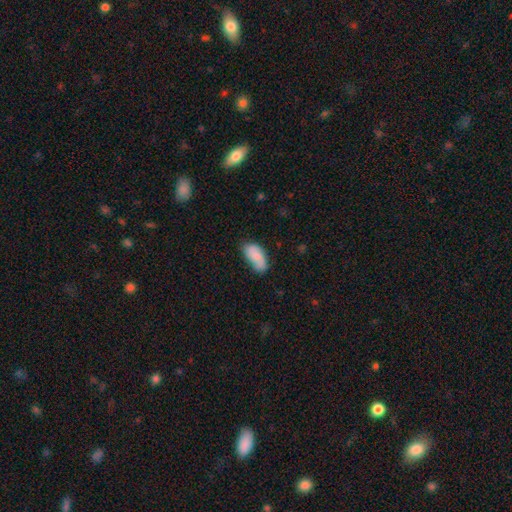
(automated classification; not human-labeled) smooth-or-featured: smooth: 74% | featured or disk: 20% | star or artifact: 7%
  how-rounded: in between: 93% | cigar-shaped: 4% | round: 3%
  merging: none: 58% | minor disturbance: 29% | major disturbance: 7% | merger: 5%